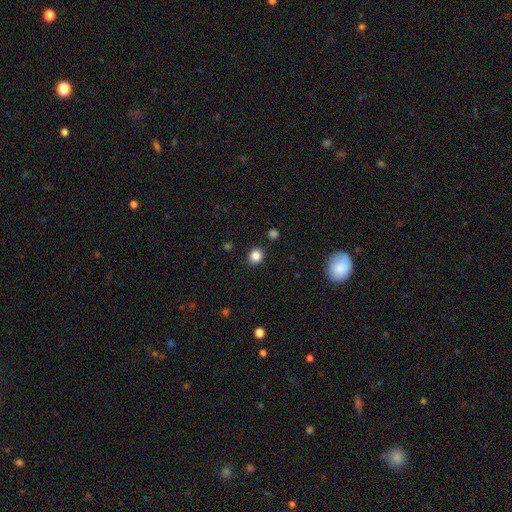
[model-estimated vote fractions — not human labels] Smooth or featured: smooth — 84% (star or artifact — 12%)
How rounded: round — 78% (in between — 21%)
Merging: none — 89% (minor disturbance — 7%)